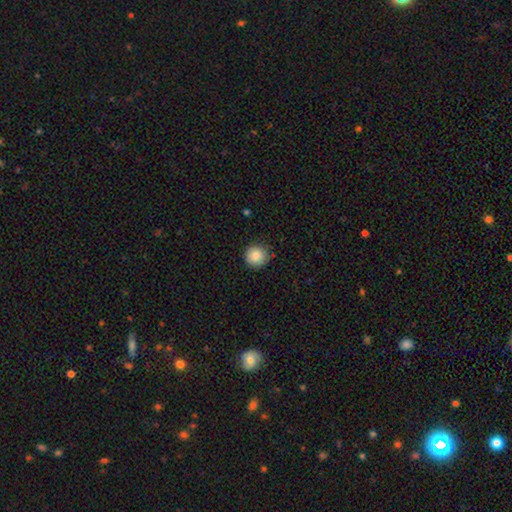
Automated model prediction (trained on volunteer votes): The model was most divided on "smooth or featured": smooth: 85%, star or artifact: 9%, featured or disk: 6%. More confident: how rounded — round (93%); merging — none (87%).